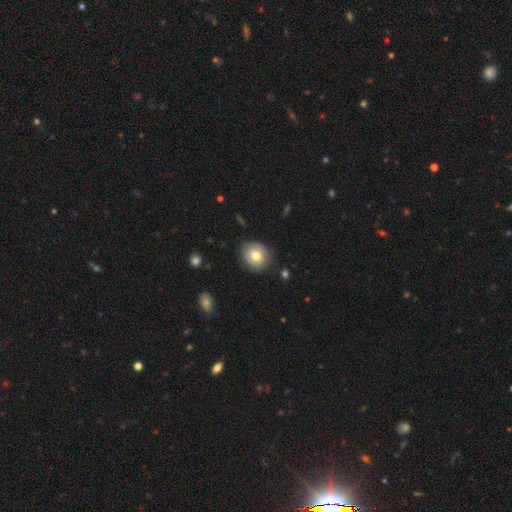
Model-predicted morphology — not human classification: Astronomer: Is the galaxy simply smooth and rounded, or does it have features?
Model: smooth — 75%.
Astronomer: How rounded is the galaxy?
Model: round — 75%.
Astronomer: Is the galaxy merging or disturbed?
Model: none — 83%.